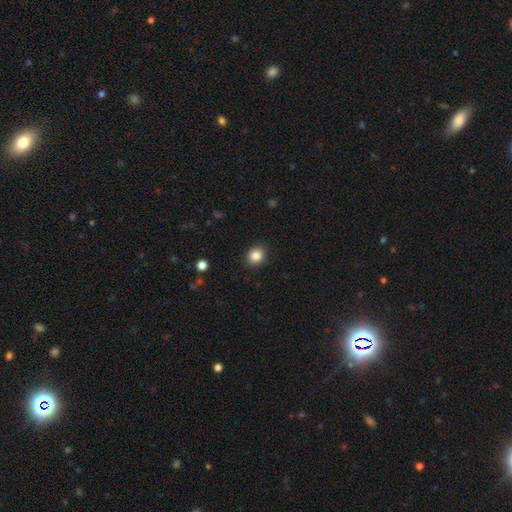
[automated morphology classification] This appears to be a smooth galaxy with no disk features (86%) that is round (73%). Merging: none (89%).